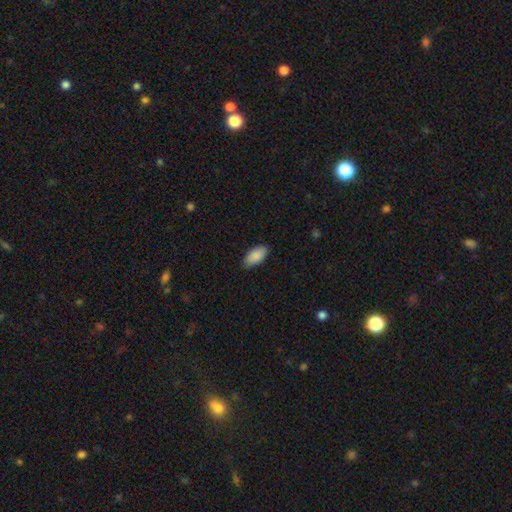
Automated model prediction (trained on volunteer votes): Morphology: type=smooth (90%); roundness=in between (93%); merging=none (82%).